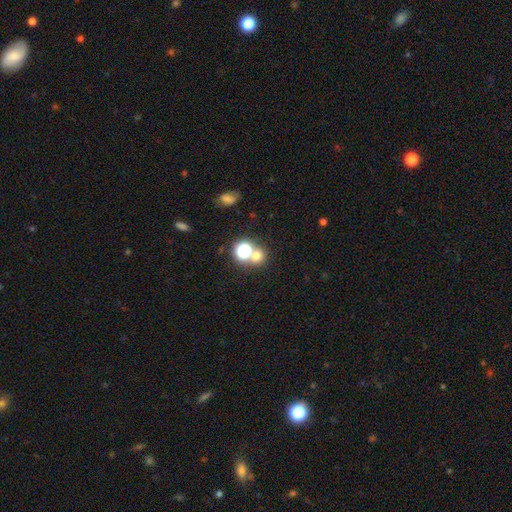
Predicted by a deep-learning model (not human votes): smooth-or-featured: smooth: 65% | star or artifact: 27% | featured or disk: 9%
  how-rounded: round: 85% | in between: 14% | cigar-shaped: 1%
  merging: none: 57% | merger: 33% | minor disturbance: 7% | major disturbance: 4%